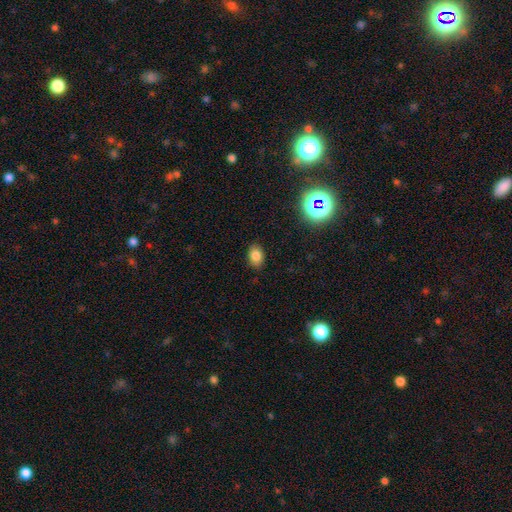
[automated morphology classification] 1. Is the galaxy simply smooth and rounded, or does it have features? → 81% smooth, 12% star or artifact, 7% featured or disk.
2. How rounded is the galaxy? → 78% in between, 21% round, 1% cigar-shaped.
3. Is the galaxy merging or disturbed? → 86% none, 10% minor disturbance, 3% major disturbance, 1% merger.